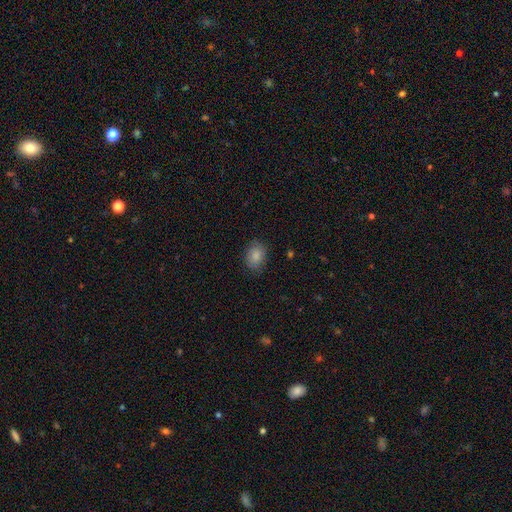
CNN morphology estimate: type=smooth (86%); roundness=in between (68%); merging=none (80%).